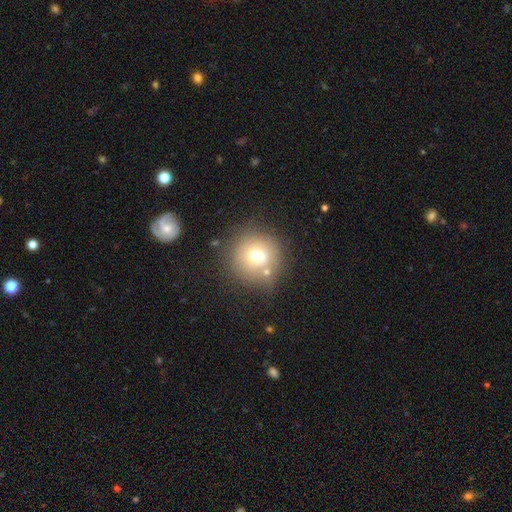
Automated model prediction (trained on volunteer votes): smooth_or_featured: smooth (p=0.67) [alt: featured or disk p=0.19]
how_rounded: round (p=0.95) [alt: in between p=0.04]
merging: none (p=0.70) [alt: merger p=0.13]